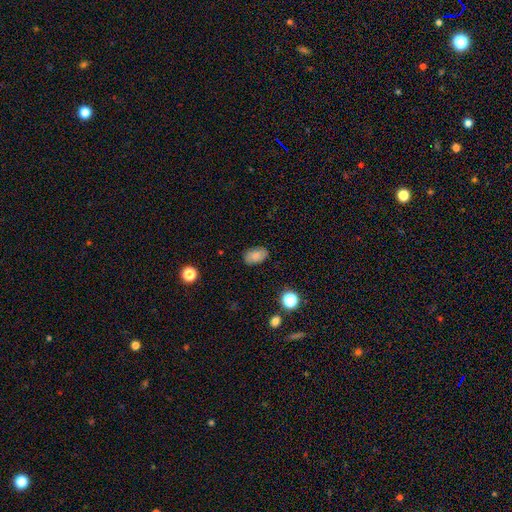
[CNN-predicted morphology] A smooth galaxy with no disk features (83%) that is in between round and cigar-shaped (90%).

Vote fractions:
- Smooth or featured? smooth: 83% / star or artifact: 10% / featured or disk: 7%
- How rounded? in between: 90% / round: 9% / cigar-shaped: 1%
- Merging? none: 83% / minor disturbance: 12% / major disturbance: 3% / merger: 1%